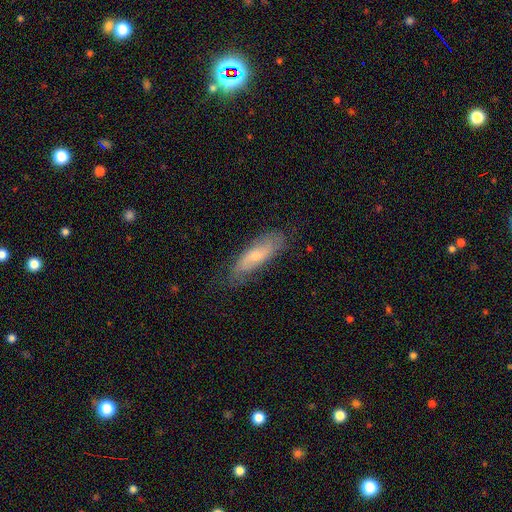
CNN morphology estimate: Smooth or featured?
  - featured or disk: 47% *
  - smooth: 46%
  - star or artifact: 7%
Merging?
  - none: 71% *
  - minor disturbance: 22%
  - major disturbance: 6%
  - merger: 1%